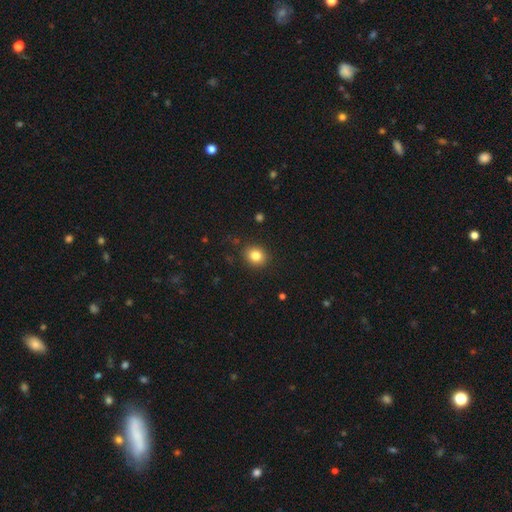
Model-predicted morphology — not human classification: smooth 83%, star or artifact 11%, featured or disk 7%. Down the decision tree: how rounded — round (73%); merging — none (89%).